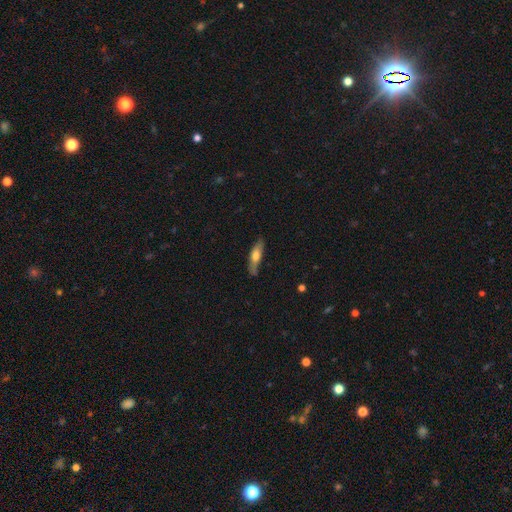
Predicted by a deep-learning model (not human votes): Q: Smooth or featured?
A: smooth (56%); runner-up: featured or disk (37%)
Q: How rounded?
A: cigar-shaped (64%); runner-up: in between (34%)
Q: Merging?
A: none (73%); runner-up: minor disturbance (20%)